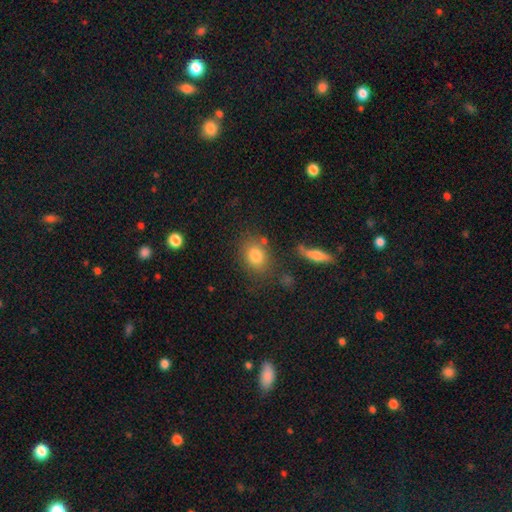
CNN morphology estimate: The model was most divided on "how rounded": round: 53%, in between: 46%, cigar-shaped: 2%. More confident: smooth or featured — smooth (80%); merging — none (74%).